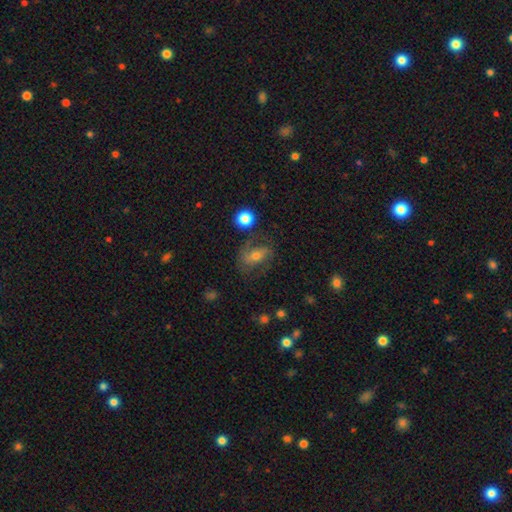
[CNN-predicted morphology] This appears to be a featured or disk galaxy (53%) with no bar (43%), spiral arms (78%) and a moderate central bulge (56%). Merging: none (60%).